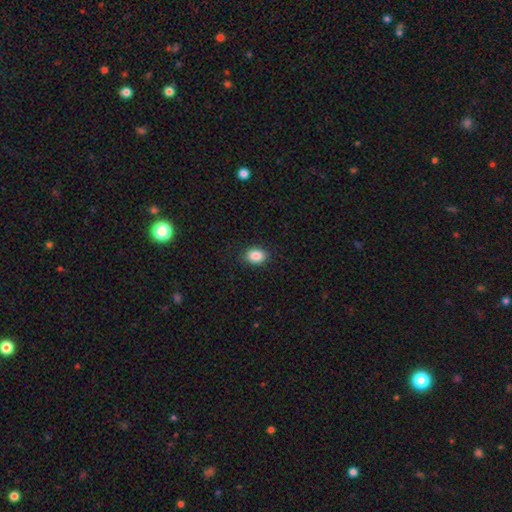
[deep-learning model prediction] smooth 87%, star or artifact 9%, featured or disk 4%. Down the decision tree: how rounded — in between (67%); merging — none (88%).